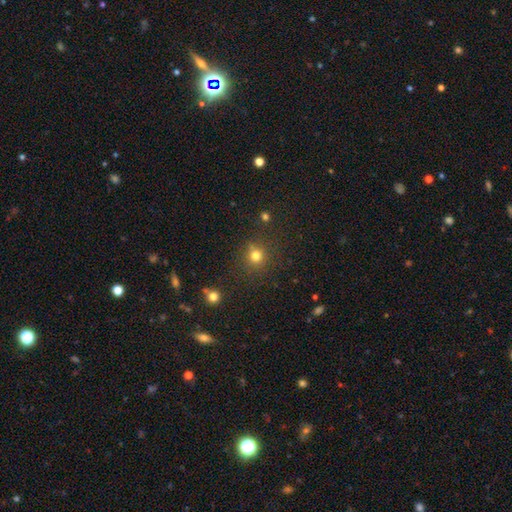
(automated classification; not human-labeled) Smooth or featured: smooth — 76% (star or artifact — 18%)
How rounded: round — 91% (in between — 8%)
Merging: none — 82% (minor disturbance — 9%)